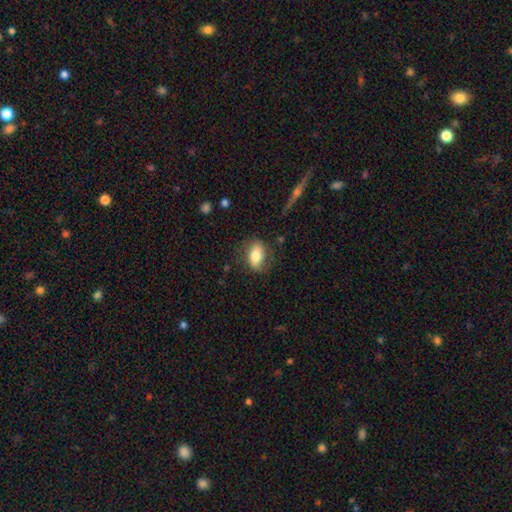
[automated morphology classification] smooth-or-featured: smooth: 70% | featured or disk: 22% | star or artifact: 7%
  how-rounded: in between: 84% | round: 11% | cigar-shaped: 4%
  merging: none: 74% | minor disturbance: 18% | major disturbance: 6% | merger: 2%